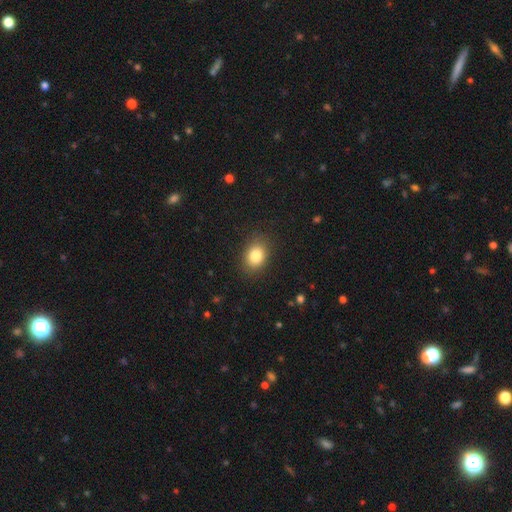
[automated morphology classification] type=smooth (83%); roundness=in between (62%); merging=none (86%).